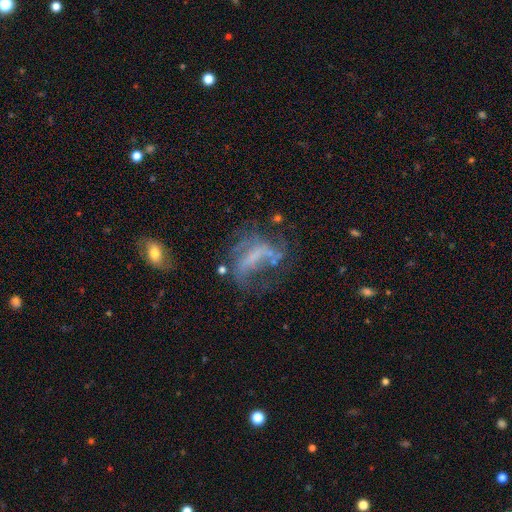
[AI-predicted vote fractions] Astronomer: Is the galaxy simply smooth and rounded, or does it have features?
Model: featured or disk — 61%.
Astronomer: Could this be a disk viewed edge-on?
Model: no — 94%.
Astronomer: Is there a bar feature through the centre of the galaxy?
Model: no — 49% (runner-up: weak, 27%).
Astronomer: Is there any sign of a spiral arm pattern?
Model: no — 58% (runner-up: yes, 42%).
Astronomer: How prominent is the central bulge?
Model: none — 63%.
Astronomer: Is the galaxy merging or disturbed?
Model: major disturbance — 41% (runner-up: none, 33%).